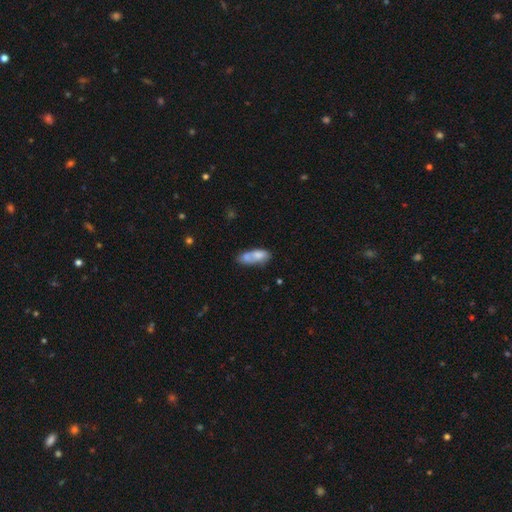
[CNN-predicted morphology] smooth 70%, featured or disk 22%, star or artifact 8%. Down the decision tree: how rounded — in between (75%); merging — merger (40%).